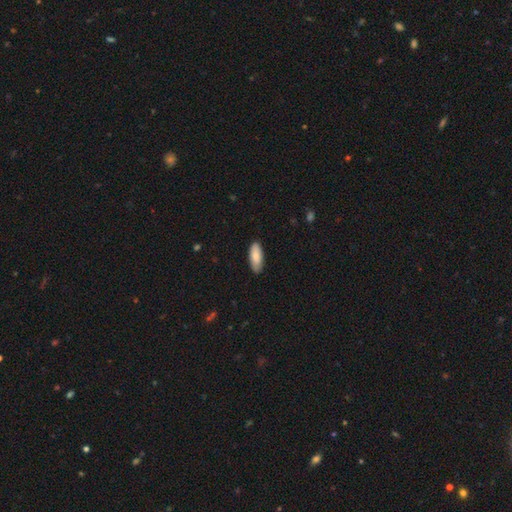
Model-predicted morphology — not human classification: smooth 86%, featured or disk 9%, star or artifact 5%. Down the decision tree: how rounded — in between (77%); merging — none (87%).